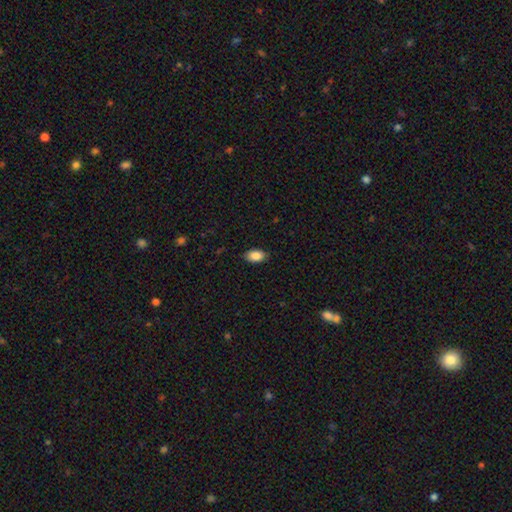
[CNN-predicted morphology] Smooth or featured?
  - smooth: 88% *
  - star or artifact: 7%
  - featured or disk: 5%
How rounded?
  - in between: 92% *
  - round: 6%
  - cigar-shaped: 2%
Merging?
  - none: 85% *
  - minor disturbance: 12%
  - major disturbance: 2%
  - merger: 1%